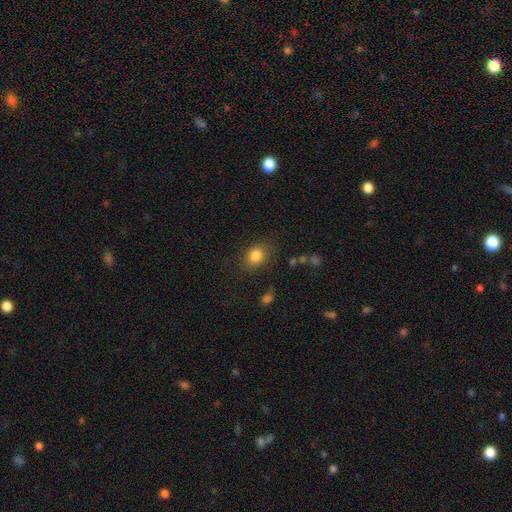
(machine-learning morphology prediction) smooth 83%, star or artifact 11%, featured or disk 7%. Down the decision tree: how rounded — round (51%); merging — none (80%).